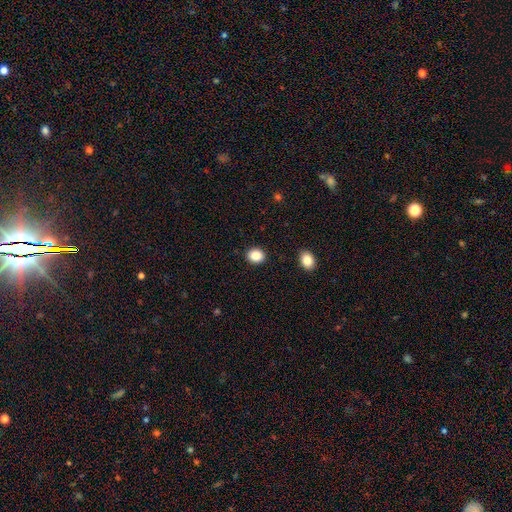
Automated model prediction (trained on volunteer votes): Morphology: type=smooth (86%); roundness=round (64%); merging=none (90%).